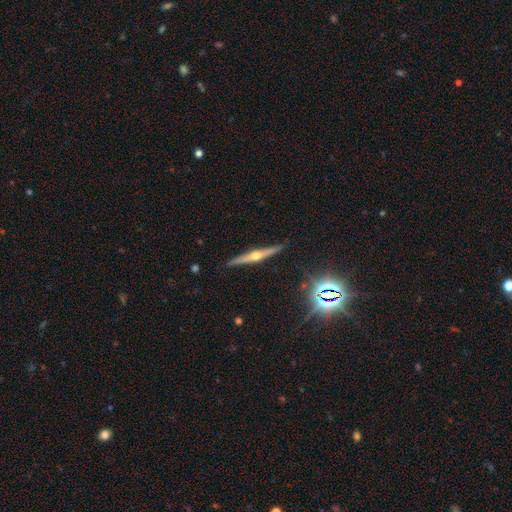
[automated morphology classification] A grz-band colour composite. It shows a featured or disk galaxy (74%) viewed edge-on (97%) with a rounded central bulge (94%). Merging: none (90%).